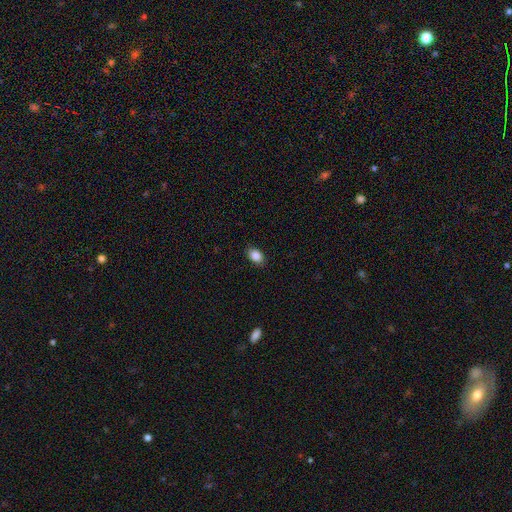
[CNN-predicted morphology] A smooth galaxy with no disk features (87%) that is in between round and cigar-shaped (81%). Merging: none (87%).